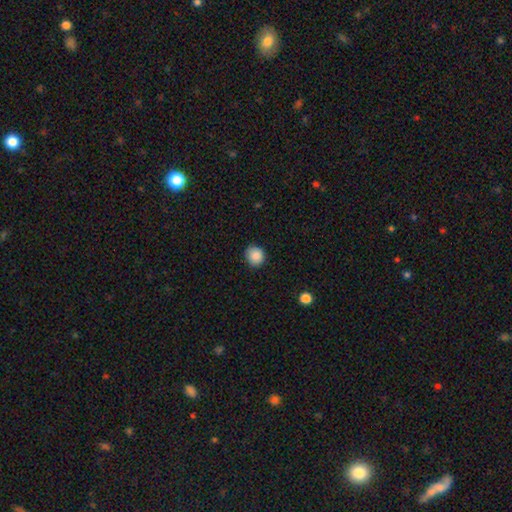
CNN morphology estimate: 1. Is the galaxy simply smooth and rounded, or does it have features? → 87% smooth, 9% star or artifact, 4% featured or disk.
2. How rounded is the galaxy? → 87% round, 12% in between, 1% cigar-shaped.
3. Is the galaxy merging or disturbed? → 86% none, 11% minor disturbance, 2% major disturbance, 1% merger.